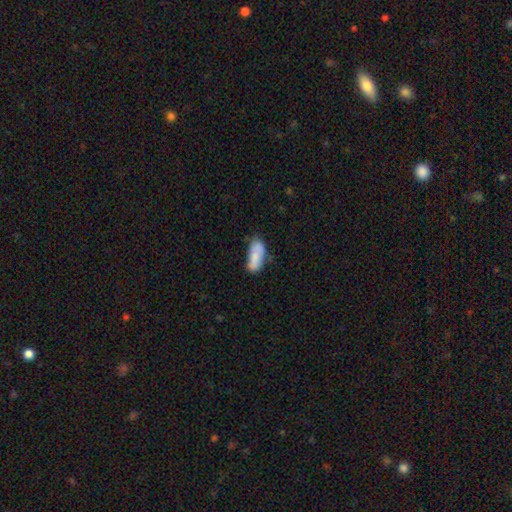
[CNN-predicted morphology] smooth 83%, featured or disk 11%, star or artifact 7%. Down the decision tree: how rounded — in between (77%); merging — none (59%).